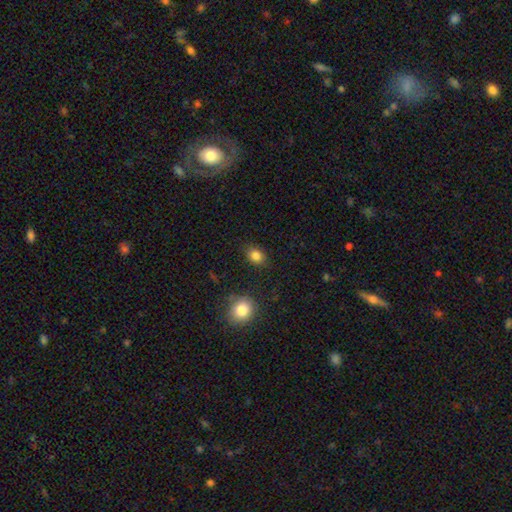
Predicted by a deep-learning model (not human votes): smooth 84%, star or artifact 10%, featured or disk 6%. Down the decision tree: how rounded — in between (62%); merging — none (84%).